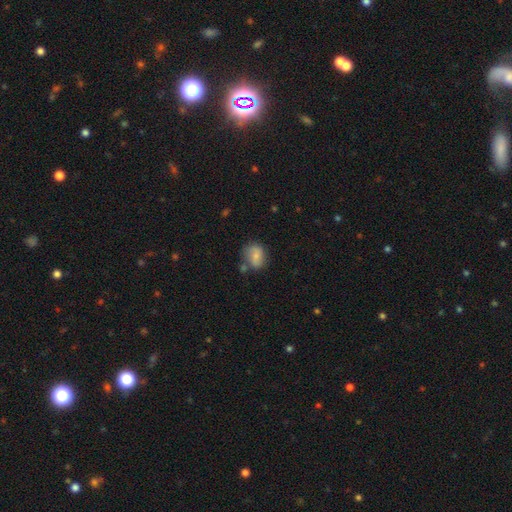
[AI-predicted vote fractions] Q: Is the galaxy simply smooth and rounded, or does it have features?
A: smooth — 72%.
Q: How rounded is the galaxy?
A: in between — 56%.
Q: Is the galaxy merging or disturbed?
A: none — 56%.